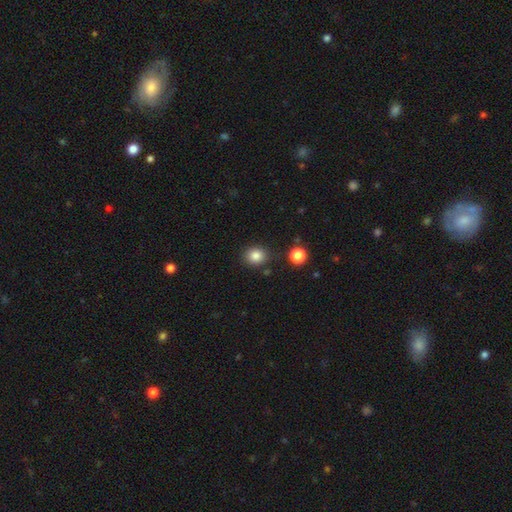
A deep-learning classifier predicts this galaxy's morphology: type=smooth (84%); roundness=round (78%); merging=none (84%).